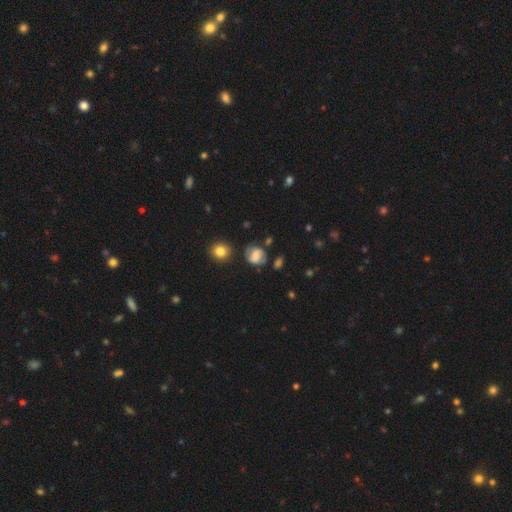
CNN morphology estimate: smooth 55%, featured or disk 34%, star or artifact 12%. Down the decision tree: how rounded — round (61%); merging — none (58%).